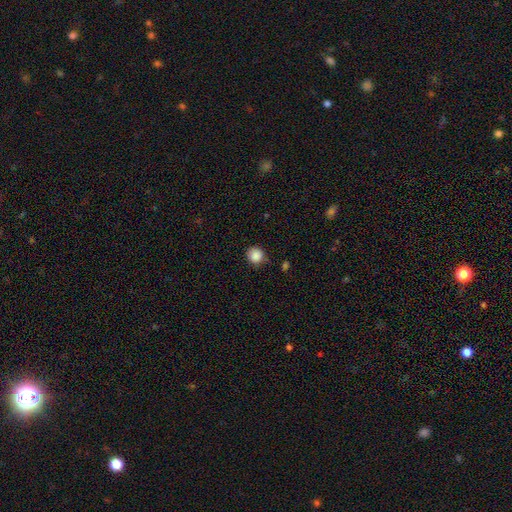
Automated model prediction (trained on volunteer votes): This appears to be a smooth galaxy with no disk features (87%) that is round (89%). Merging: none (80%).